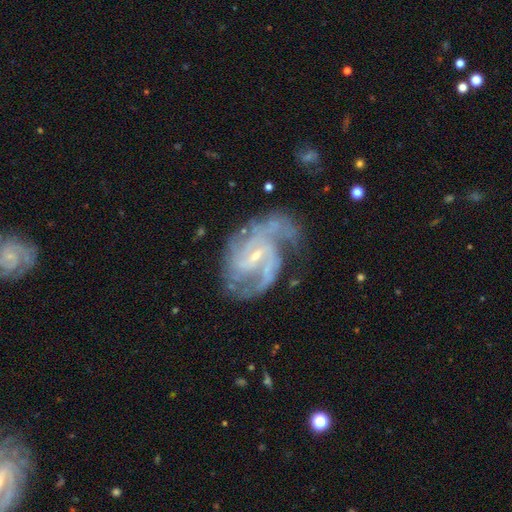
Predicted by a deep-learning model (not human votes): This appears to be a featured or disk galaxy (90%) with a weak bar (51%), 2 (45%) medium (53%) spiral arms (97%) and a small central bulge (79%). Merging: none (56%).